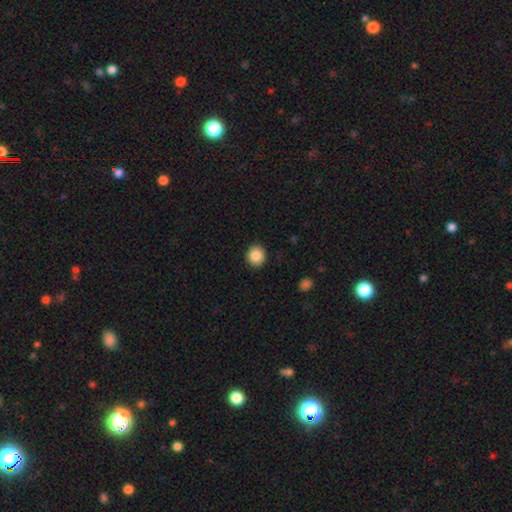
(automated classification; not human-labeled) smooth-or-featured: smooth: 86% | star or artifact: 9% | featured or disk: 5%
  how-rounded: round: 87% | in between: 12% | cigar-shaped: 1%
  merging: none: 91% | minor disturbance: 6% | major disturbance: 2% | merger: 1%